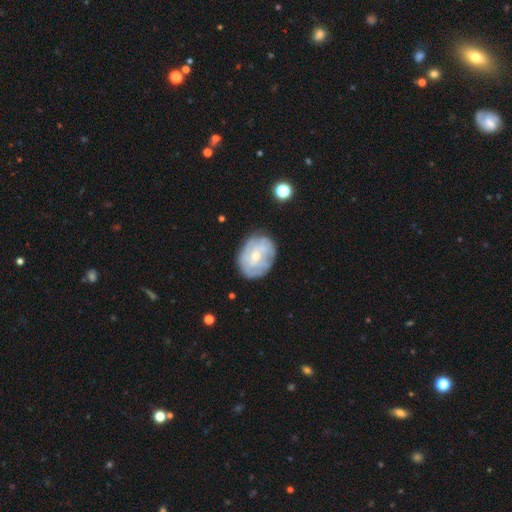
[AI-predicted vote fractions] smooth-or-featured: featured or disk: 58% | smooth: 35% | star or artifact: 7%
  disk-edge-on: no: 96% | yes: 4%
    bar: no: 68% | weak: 28% | strong: 5%
    has-spiral-arms: yes: 57% | no: 43%
    bulge-size: small: 48% | moderate: 47% | large: 3% | none: 2% | dominant: 1%
  merging: none: 73% | minor disturbance: 19% | major disturbance: 6% | merger: 2%